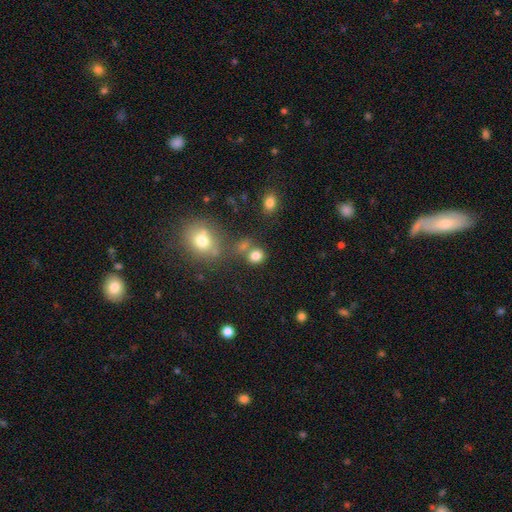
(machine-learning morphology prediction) Overall: smooth (80%). How rounded: round (73%). Merging: none (64%).